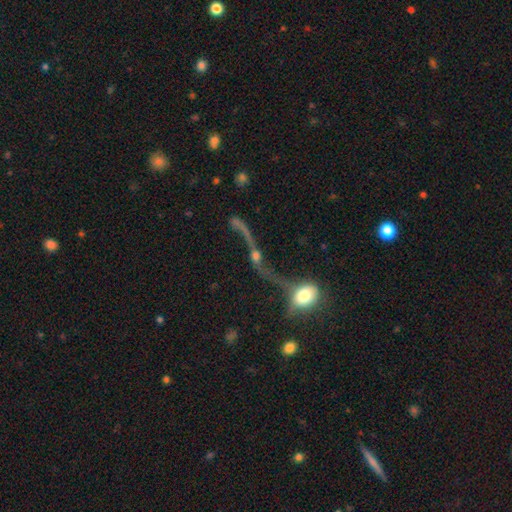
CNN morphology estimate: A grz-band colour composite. It shows a featured or disk galaxy (68%). Merging: none (44%).